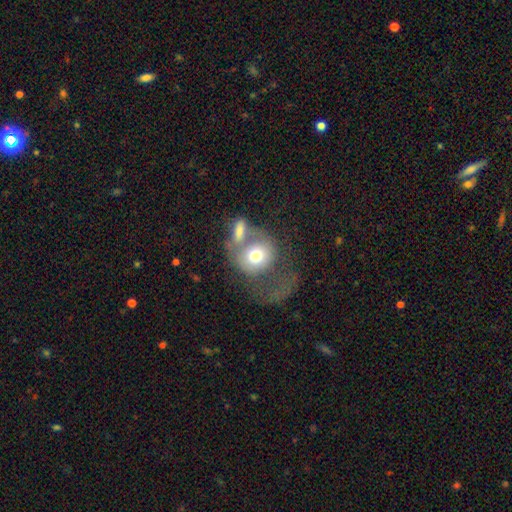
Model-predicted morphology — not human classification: smooth 49%, featured or disk 39%, star or artifact 11%. Down the decision tree: merging — merger (62%).